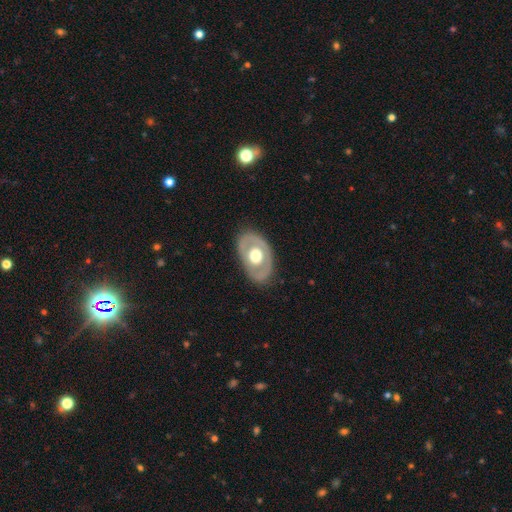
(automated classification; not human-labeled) Q: Smooth or featured?
A: featured or disk (54%); runner-up: smooth (41%)
Q: Edge-on disk?
A: no (89%); runner-up: yes (11%)
Q: Merging?
A: none (81%); runner-up: minor disturbance (13%)